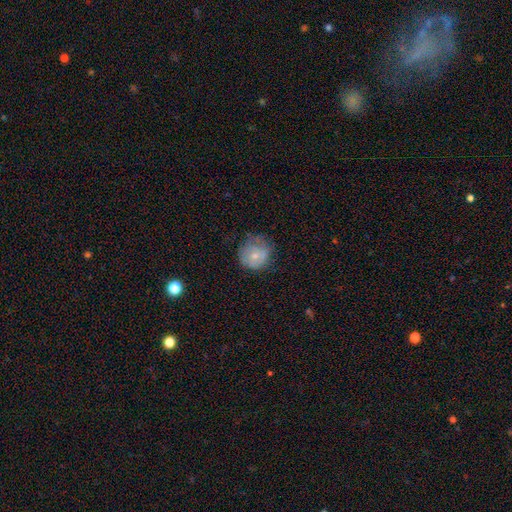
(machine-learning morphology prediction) A smooth galaxy with no disk features (56%) that is round (84%).

Vote fractions:
- Smooth or featured? smooth: 56% / featured or disk: 37% / star or artifact: 8%
- How rounded? round: 84% / in between: 15% / cigar-shaped: 1%
- Merging? none: 59% / minor disturbance: 28% / major disturbance: 12% / merger: 1%